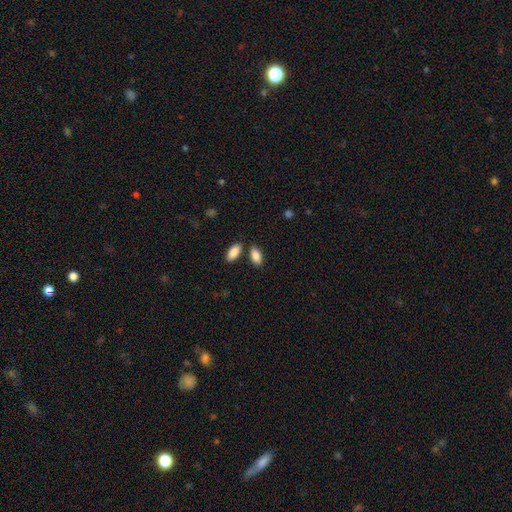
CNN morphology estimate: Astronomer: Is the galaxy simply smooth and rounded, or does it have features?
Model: smooth — 88%.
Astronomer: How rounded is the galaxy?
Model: in between — 89%.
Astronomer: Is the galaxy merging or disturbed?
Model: none — 74%.